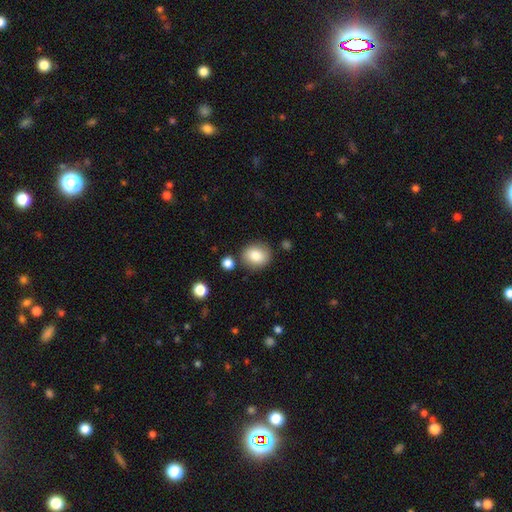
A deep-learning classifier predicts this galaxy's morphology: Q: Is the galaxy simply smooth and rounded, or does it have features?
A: smooth — 83%.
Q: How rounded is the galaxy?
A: round — 72%.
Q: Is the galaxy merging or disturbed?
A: none — 83%.